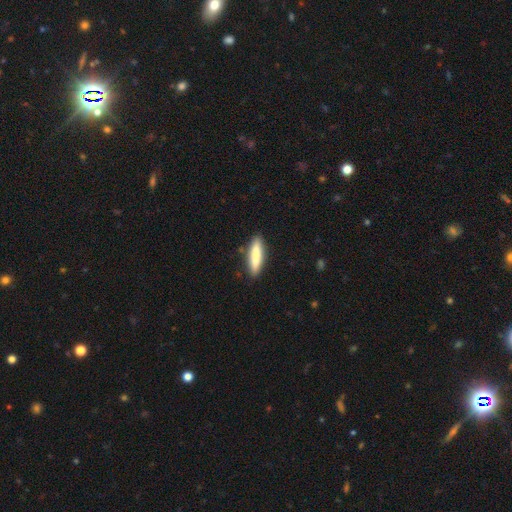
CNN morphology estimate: A smooth galaxy with no disk features (83%) that is cigar-shaped (75%).

Vote fractions:
- Smooth or featured? smooth: 83% / featured or disk: 12% / star or artifact: 5%
- How rounded? cigar-shaped: 75% / in between: 24% / round: 1%
- Merging? none: 87% / minor disturbance: 9% / major disturbance: 2% / merger: 2%